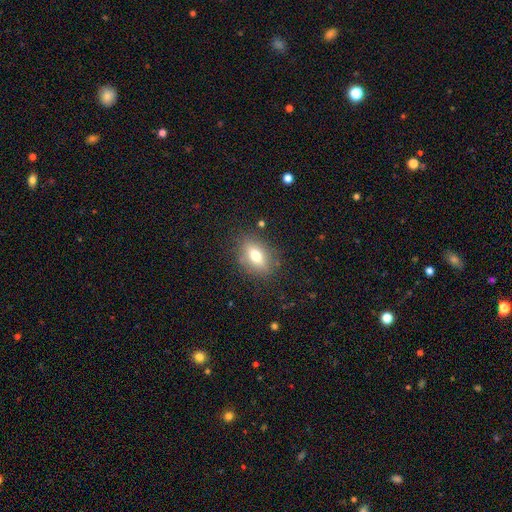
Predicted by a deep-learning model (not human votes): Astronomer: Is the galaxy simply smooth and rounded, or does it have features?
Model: smooth — 70%.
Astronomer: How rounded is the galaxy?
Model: in between — 78%.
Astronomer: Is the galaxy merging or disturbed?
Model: none — 81%.